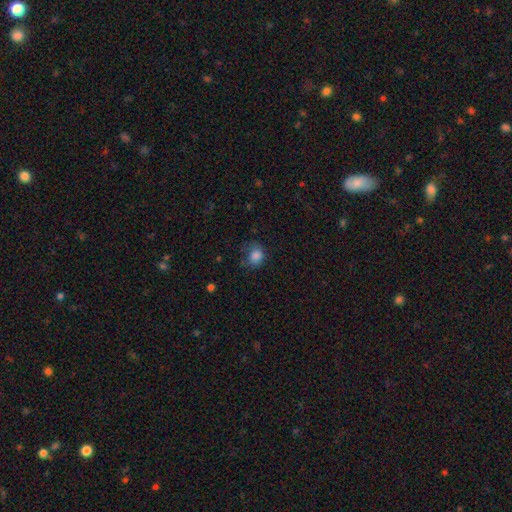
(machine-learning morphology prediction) Smooth or featured: smooth — 82% (star or artifact — 11%)
How rounded: round — 61% (in between — 38%)
Merging: none — 51% (minor disturbance — 29%)